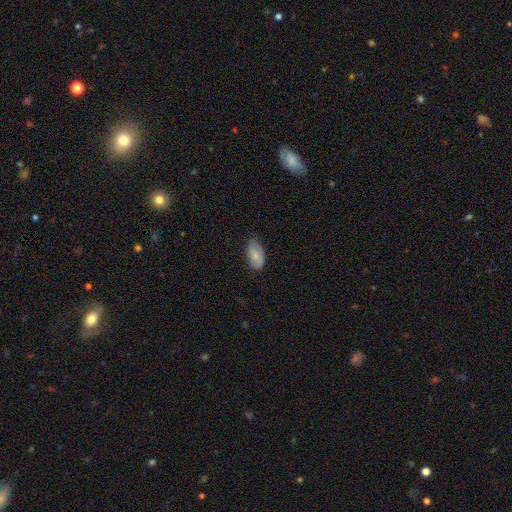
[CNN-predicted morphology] Overall: smooth (76%). How rounded: in between (94%). Merging: none (71%).